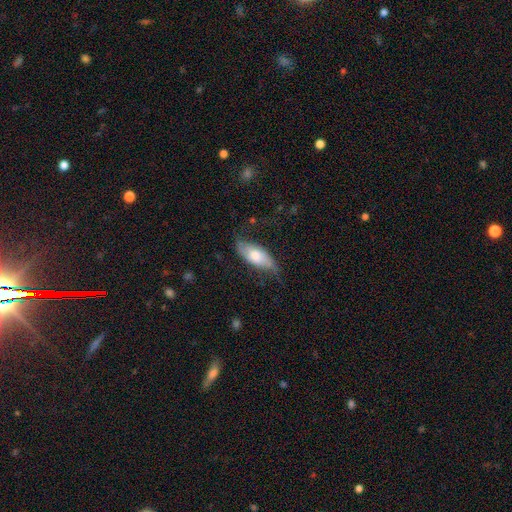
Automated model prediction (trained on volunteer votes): smooth-or-featured: smooth: 48% | featured or disk: 45% | star or artifact: 7%
  merging: none: 57% | minor disturbance: 28% | major disturbance: 13% | merger: 2%